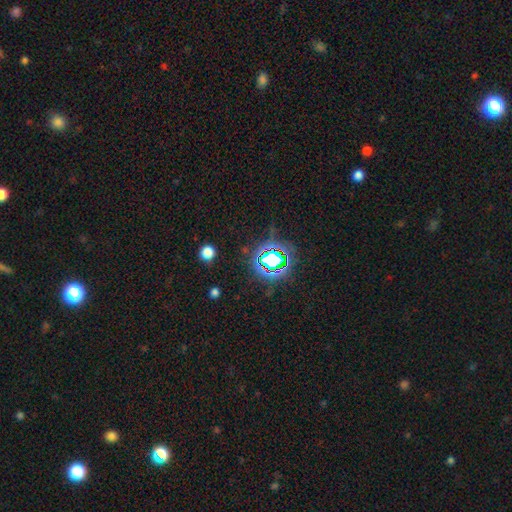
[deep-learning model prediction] Smooth or featured? star or artifact (81%)